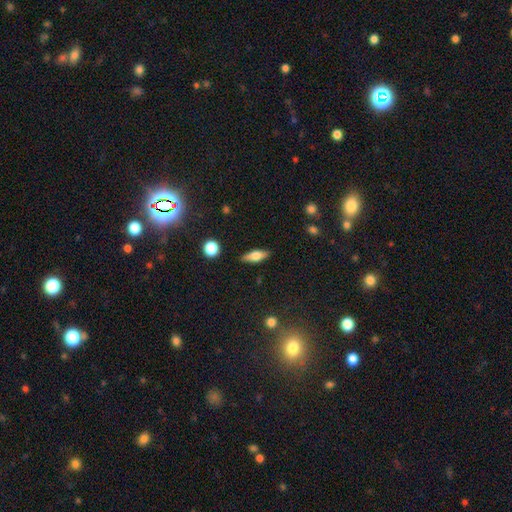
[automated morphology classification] Smooth or featured: smooth — 61% (featured or disk — 31%)
How rounded: in between — 58% (cigar-shaped — 38%)
Merging: none — 86% (minor disturbance — 10%)